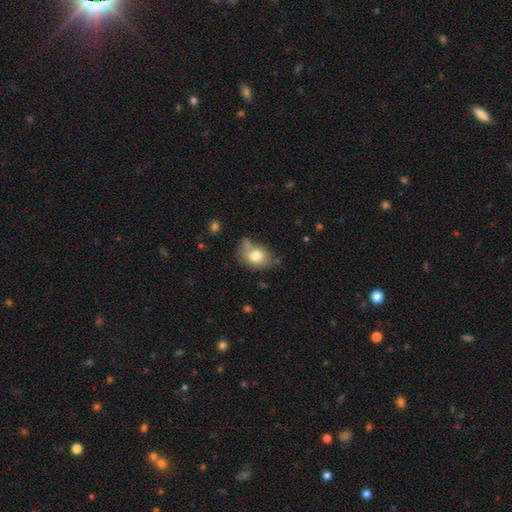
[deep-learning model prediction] A smooth galaxy with no disk features (77%) that is in between round and cigar-shaped (65%). Merging: none (59%).